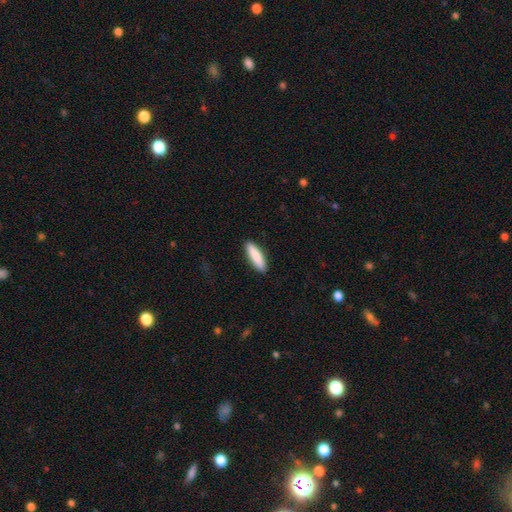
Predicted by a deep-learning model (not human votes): A smooth galaxy with no disk features (87%) that is cigar-shaped (65%). Merging: none (90%).